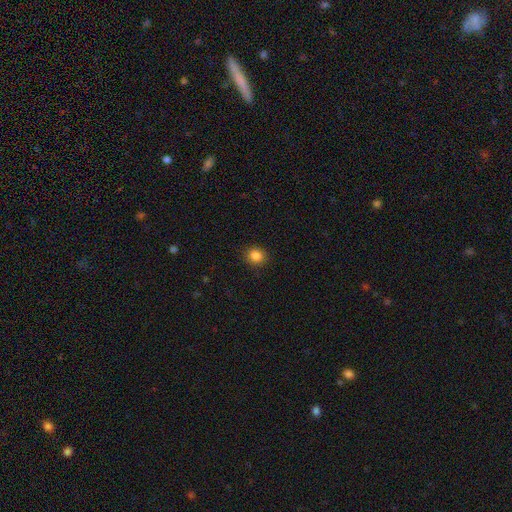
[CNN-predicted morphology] smooth 85%, star or artifact 11%, featured or disk 4%. Down the decision tree: how rounded — round (73%); merging — none (90%).